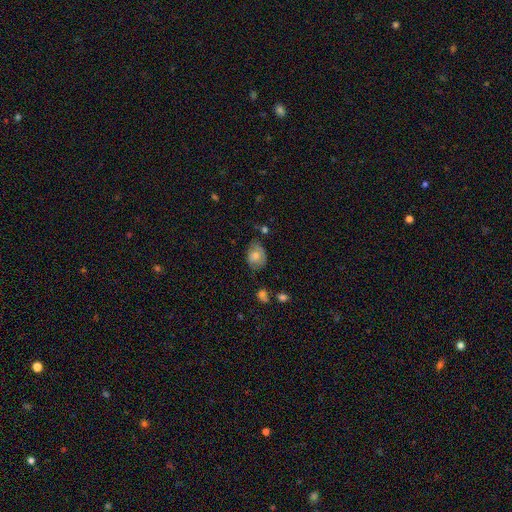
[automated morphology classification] This is likely a smooth galaxy (66%). How rounded: possibly in between (60%). Merging: possibly none (54%).